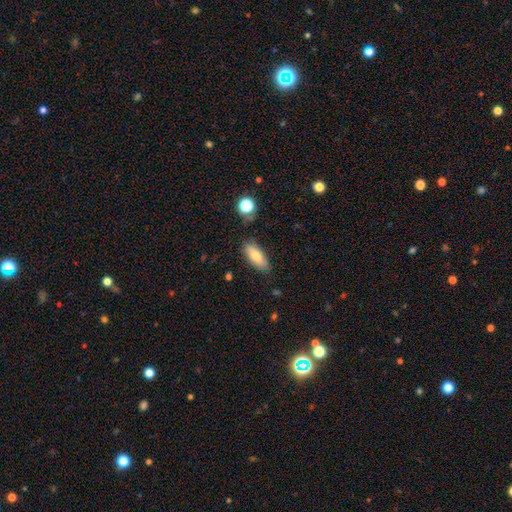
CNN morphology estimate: Q: Smooth or featured?
A: smooth (78%); runner-up: featured or disk (15%)
Q: How rounded?
A: in between (76%); runner-up: cigar-shaped (21%)
Q: Merging?
A: none (79%); runner-up: minor disturbance (15%)